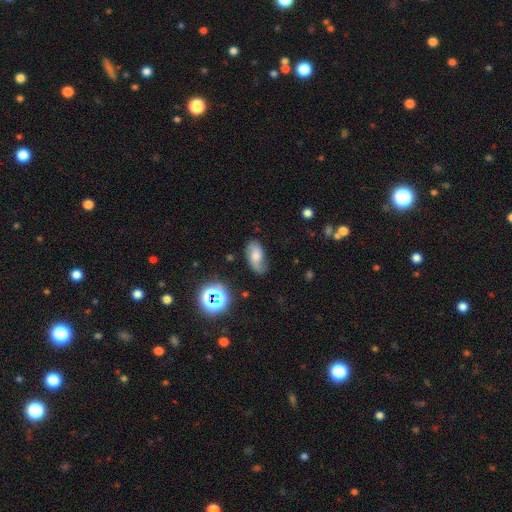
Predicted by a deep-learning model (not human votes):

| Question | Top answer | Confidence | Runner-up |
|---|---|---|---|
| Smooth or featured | smooth | 45% | featured or disk (41%) |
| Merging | none | 63% | minor disturbance (26%) |